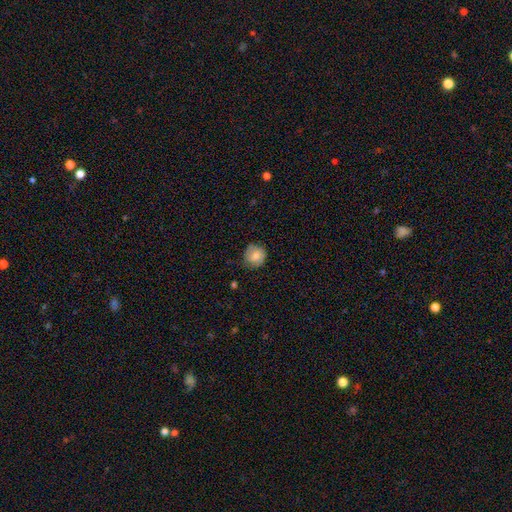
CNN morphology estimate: Overall: smooth (70%). How rounded: round (84%). Merging: none (72%).